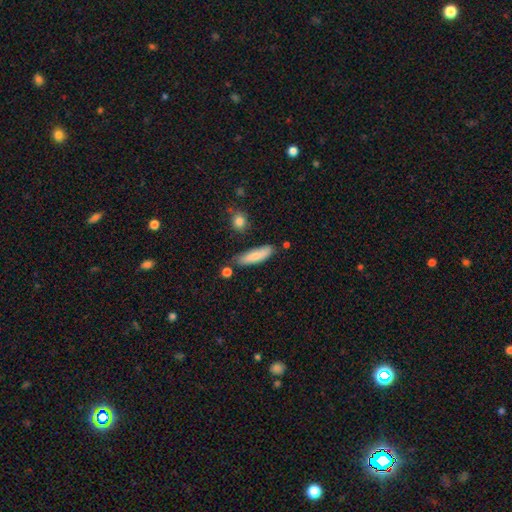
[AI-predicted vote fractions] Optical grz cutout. It shows a smooth galaxy with no disk features (78%) that is cigar-shaped (60%). Merging: none (74%).